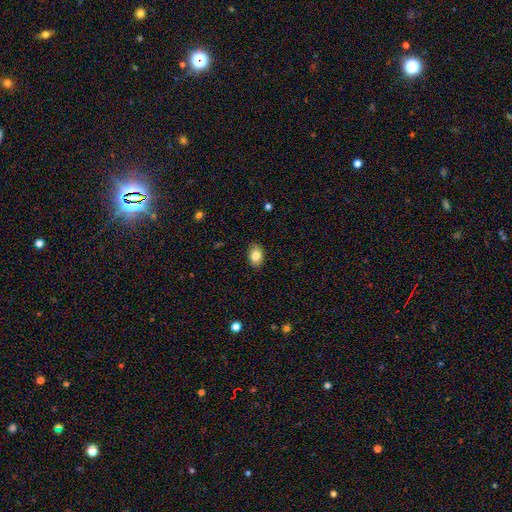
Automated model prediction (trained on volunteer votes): Smooth or featured?
  - smooth: 83% *
  - featured or disk: 8%
  - star or artifact: 8%
How rounded?
  - in between: 78% *
  - round: 21%
  - cigar-shaped: 1%
Merging?
  - none: 88% *
  - minor disturbance: 9%
  - major disturbance: 2%
  - merger: 1%